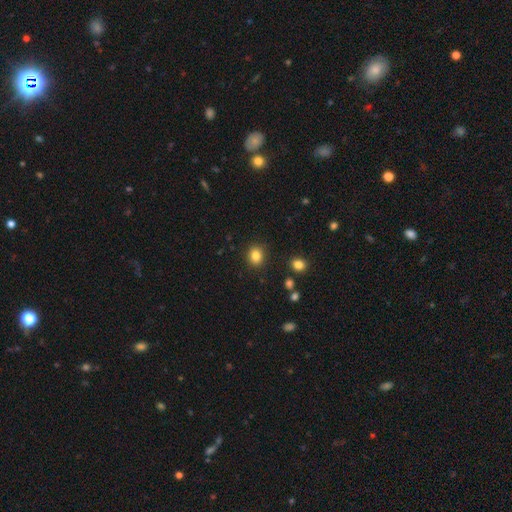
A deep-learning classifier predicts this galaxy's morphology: Q: Smooth or featured?
A: smooth (84%); runner-up: star or artifact (11%)
Q: How rounded?
A: round (61%); runner-up: in between (38%)
Q: Merging?
A: none (88%); runner-up: minor disturbance (8%)